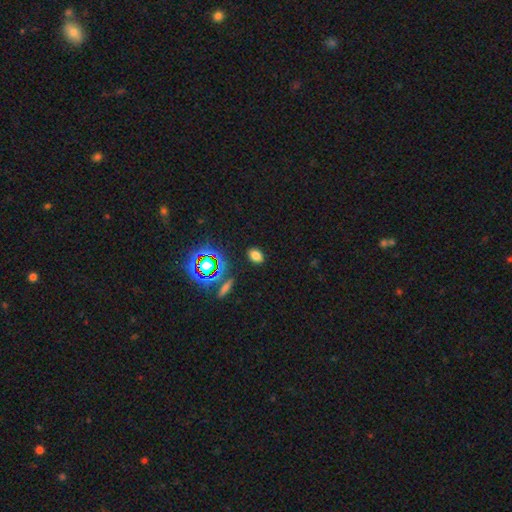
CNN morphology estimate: This appears to be a smooth galaxy with no disk features (74%) that is in between round and cigar-shaped (78%). Merging: none (87%).